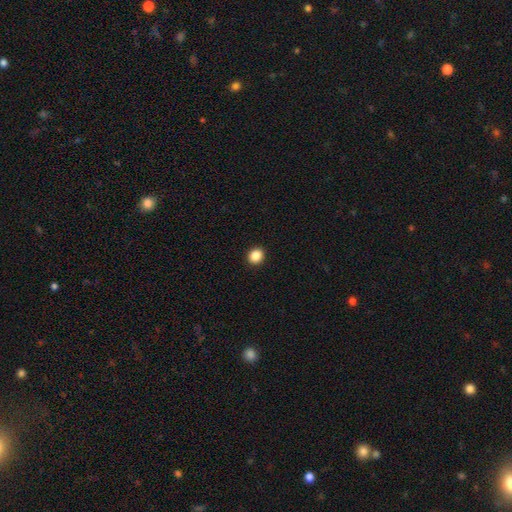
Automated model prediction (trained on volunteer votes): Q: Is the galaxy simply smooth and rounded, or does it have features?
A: smooth — 88%.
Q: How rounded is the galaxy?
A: round — 74%.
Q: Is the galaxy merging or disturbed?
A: none — 93%.